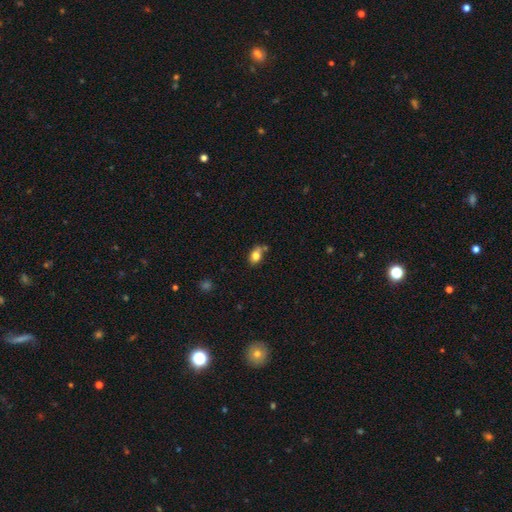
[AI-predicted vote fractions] smooth-or-featured: smooth: 79% | featured or disk: 11% | star or artifact: 10%
  how-rounded: in between: 72% | round: 26% | cigar-shaped: 2%
  merging: none: 48% | merger: 22% | minor disturbance: 22% | major disturbance: 7%